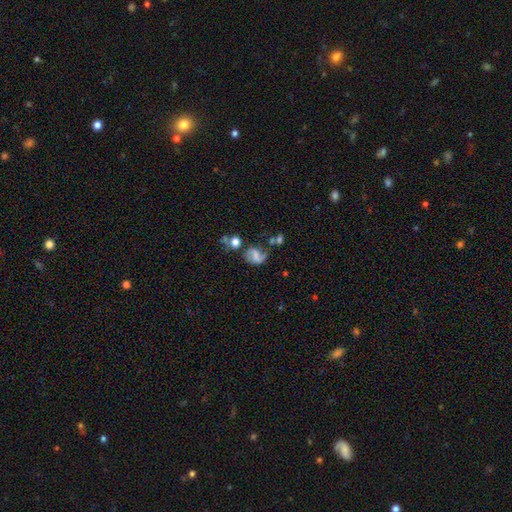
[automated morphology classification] Smooth or featured: featured or disk — 61% (smooth — 27%)
Edge-on disk: no — 98% (yes — 2%)
Bar: weak — 42% (no — 36%)
Spiral arms: yes — 86% (no — 14%)
Spiral winding: loose — 53% (medium — 35%)
Spiral arm count: 2 — 74% (1 — 17%)
Bulge size: none — 49% (small — 28%)
Merging: none — 43% (minor disturbance — 21%)